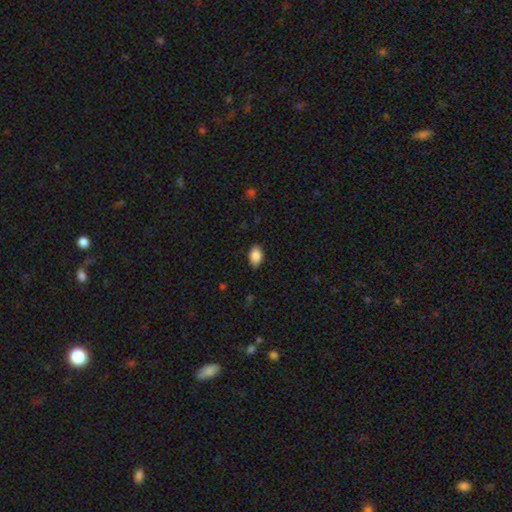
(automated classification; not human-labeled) smooth-or-featured: smooth: 88% | star or artifact: 7% | featured or disk: 5%
  how-rounded: in between: 88% | round: 10% | cigar-shaped: 1%
  merging: none: 84% | minor disturbance: 12% | major disturbance: 3% | merger: 1%